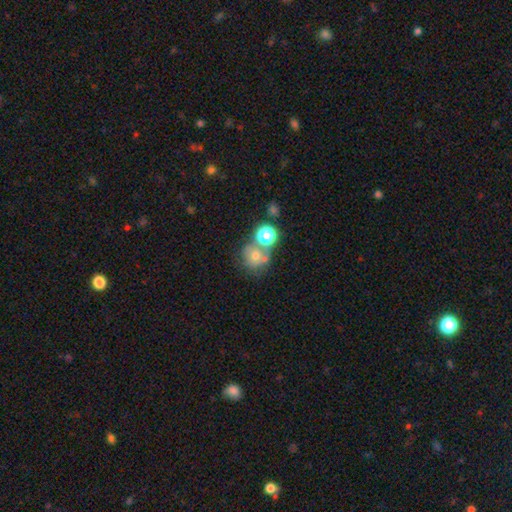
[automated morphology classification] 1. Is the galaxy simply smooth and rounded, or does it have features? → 66% smooth, 18% star or artifact, 16% featured or disk.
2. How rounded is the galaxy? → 81% round, 18% in between, 1% cigar-shaped.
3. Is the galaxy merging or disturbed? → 47% none, 36% merger, 11% minor disturbance, 6% major disturbance.